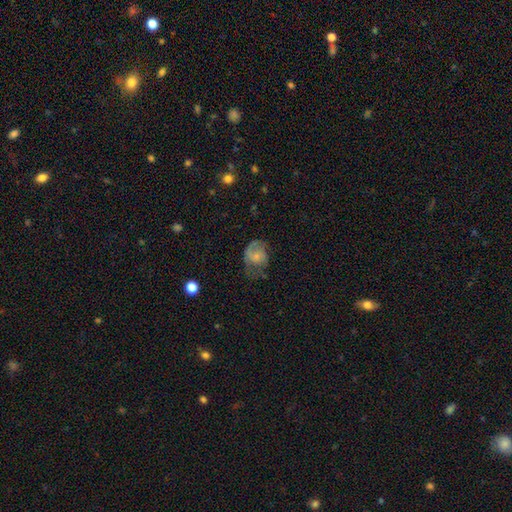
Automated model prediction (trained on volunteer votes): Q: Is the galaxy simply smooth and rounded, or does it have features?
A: smooth — 53%.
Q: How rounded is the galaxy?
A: in between — 50%.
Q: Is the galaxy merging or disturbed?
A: none — 34%, tied with major disturbance.